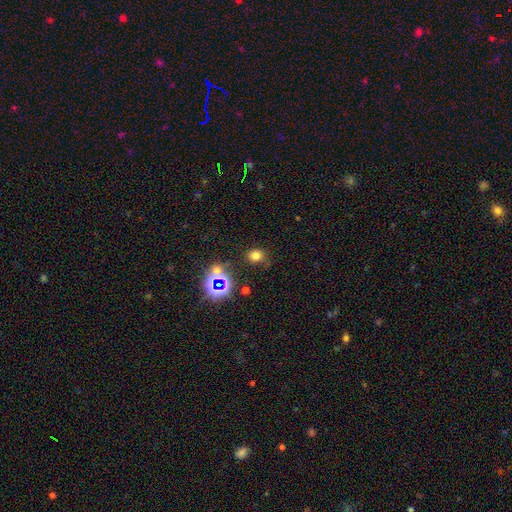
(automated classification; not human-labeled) The model was most divided on "how rounded": round: 69%, in between: 30%, cigar-shaped: 1%. More confident: merging — none (76%); smooth or featured — smooth (69%).